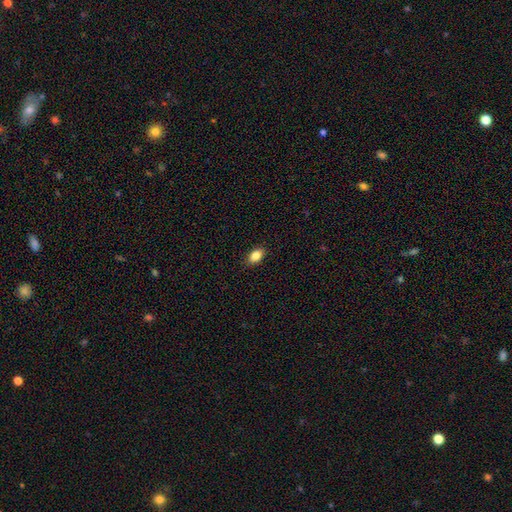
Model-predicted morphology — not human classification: Smooth or featured? Predicted: smooth (p=0.86). How rounded? Predicted: in between (p=0.86). Merging? Predicted: none (p=0.87).